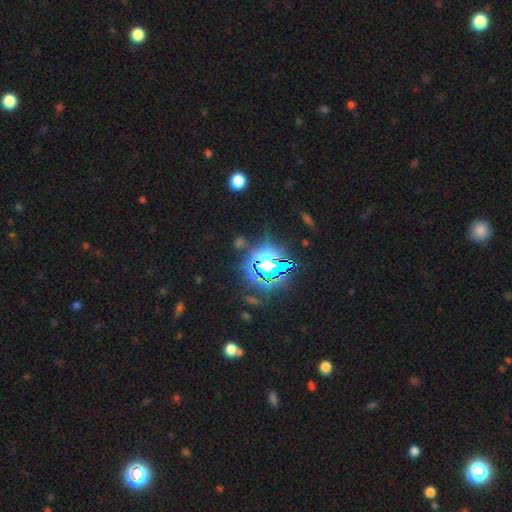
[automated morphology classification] Smooth or featured?
  - star or artifact: 78% *
  - smooth: 14%
  - featured or disk: 9%